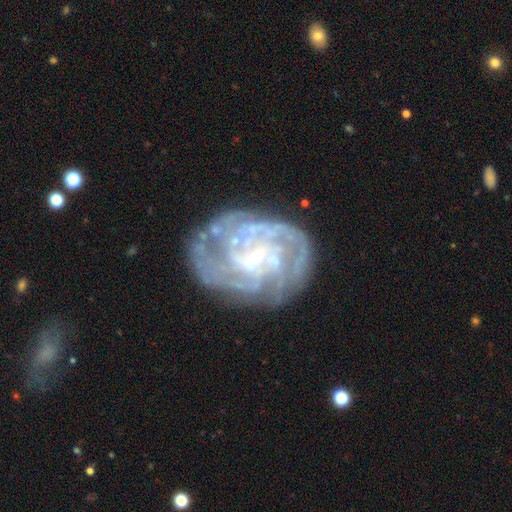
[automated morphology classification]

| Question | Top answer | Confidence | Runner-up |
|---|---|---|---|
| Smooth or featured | featured or disk | 85% | smooth (8%) |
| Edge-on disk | no | 98% | yes (2%) |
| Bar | no | 53% | weak (36%) |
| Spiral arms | yes | 91% | no (9%) |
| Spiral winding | tight | 61% | medium (30%) |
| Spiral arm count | can't tell | 33% | 4 (22%) |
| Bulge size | small | 72% | none (13%) |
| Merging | none | 67% | minor disturbance (18%) |